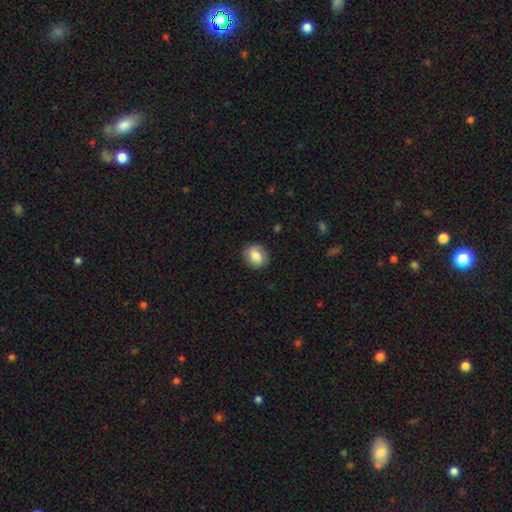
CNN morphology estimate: This is likely a smooth galaxy (80%). How rounded: possibly round (59%). Merging: clearly none (84%).